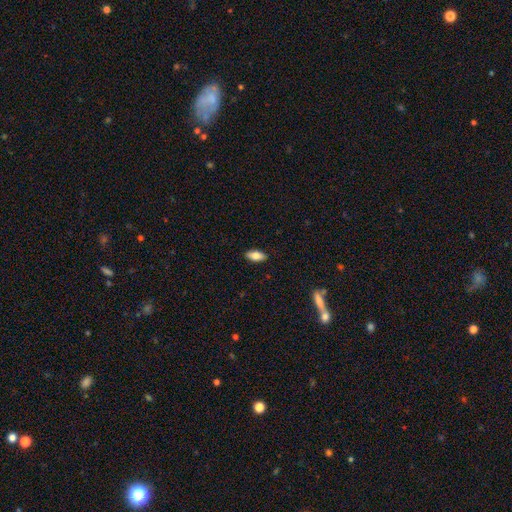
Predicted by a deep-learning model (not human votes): smooth-or-featured: smooth: 80% | featured or disk: 13% | star or artifact: 7%
  how-rounded: in between: 87% | cigar-shaped: 11% | round: 2%
  merging: none: 89% | minor disturbance: 8% | major disturbance: 2% | merger: 1%